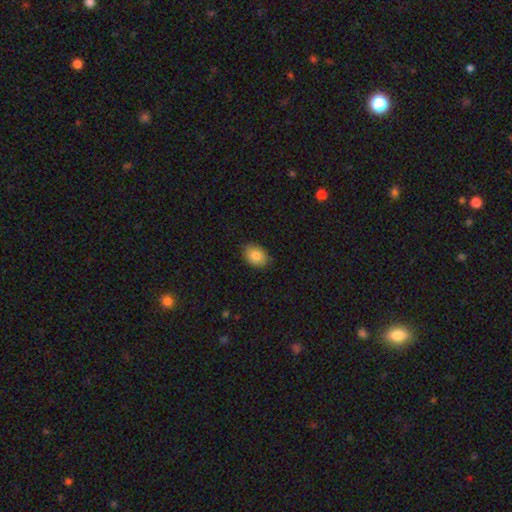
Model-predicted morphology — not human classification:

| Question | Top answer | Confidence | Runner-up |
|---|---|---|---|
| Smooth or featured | smooth | 84% | featured or disk (8%) |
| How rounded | in between | 76% | round (23%) |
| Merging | none | 83% | minor disturbance (14%) |